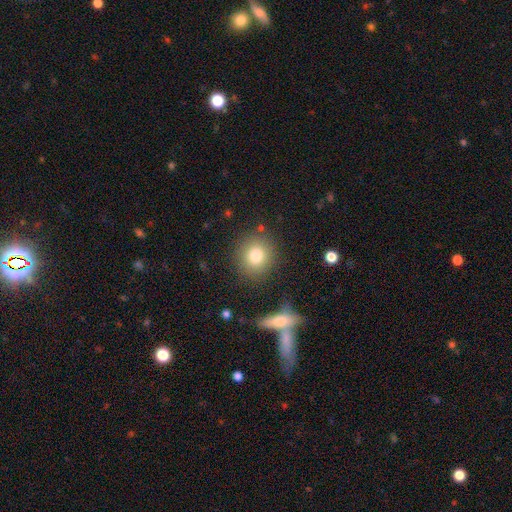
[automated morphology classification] Q: Smooth or featured?
A: smooth (80%); runner-up: star or artifact (11%)
Q: How rounded?
A: round (86%); runner-up: in between (13%)
Q: Merging?
A: none (83%); runner-up: minor disturbance (9%)